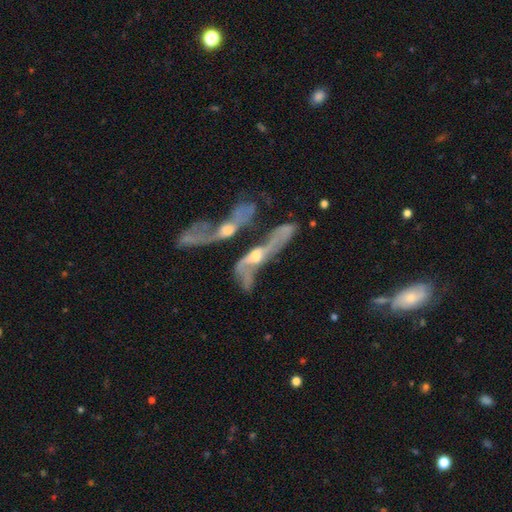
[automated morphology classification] A featured or disk galaxy (72%).

Vote fractions:
- Smooth or featured? featured or disk: 72% / smooth: 16% / star or artifact: 12%
- Edge-on disk? no: 65% / yes: 35%
- Merging? merger: 55% / none: 19% / major disturbance: 17% / minor disturbance: 9%